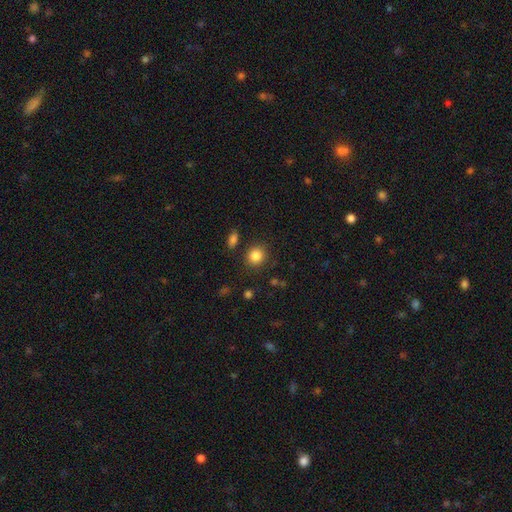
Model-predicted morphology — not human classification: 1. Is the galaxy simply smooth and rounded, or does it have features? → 85% smooth, 10% star or artifact, 5% featured or disk.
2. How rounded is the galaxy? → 82% round, 17% in between, 1% cigar-shaped.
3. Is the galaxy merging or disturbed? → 85% none, 9% minor disturbance, 4% merger, 3% major disturbance.